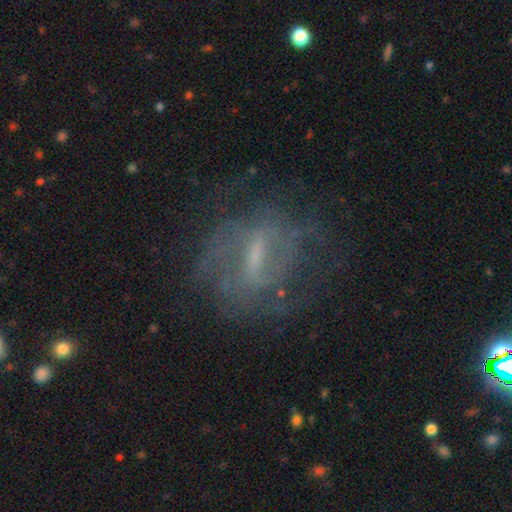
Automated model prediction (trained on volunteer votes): A featured or disk galaxy (73%) with a weak bar (46%), spiral arms (66%) and a small central bulge (45%).

Vote fractions:
- Smooth or featured? featured or disk: 73% / smooth: 16% / star or artifact: 11%
- Edge-on disk? no: 91% / yes: 9%
- Bar? weak: 46% / strong: 39% / no: 15%
- Spiral arms? yes: 66% / no: 34%
- Bulge size? small: 45% / moderate: 28% / none: 23% / large: 3% / dominant: 1%
- Merging? none: 64% / minor disturbance: 18% / major disturbance: 16% / merger: 2%